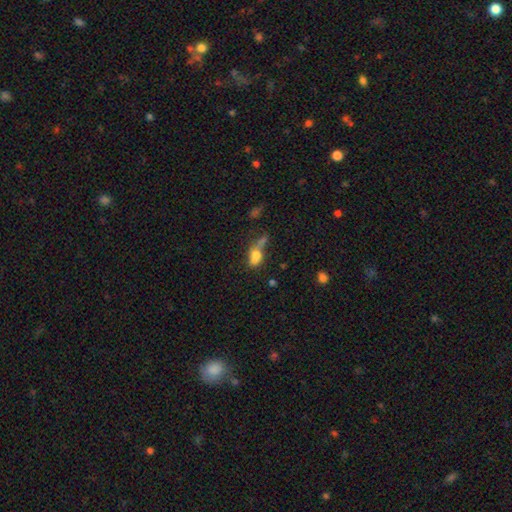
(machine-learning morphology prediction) type=smooth (65%); roundness=in between (68%); merging=none (29%).